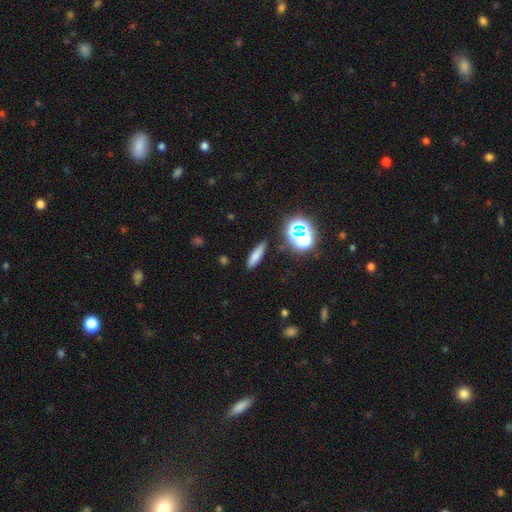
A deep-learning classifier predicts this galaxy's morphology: Q: Smooth or featured?
A: smooth (71%); runner-up: star or artifact (18%)
Q: How rounded?
A: cigar-shaped (68%); runner-up: in between (27%)
Q: Merging?
A: none (86%); runner-up: minor disturbance (9%)